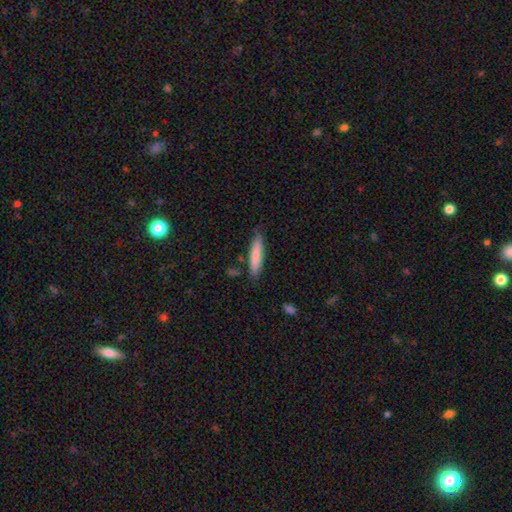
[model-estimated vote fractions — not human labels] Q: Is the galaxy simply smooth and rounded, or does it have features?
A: smooth — 81%.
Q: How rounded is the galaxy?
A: cigar-shaped — 85%.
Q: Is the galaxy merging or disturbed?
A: none — 81%.